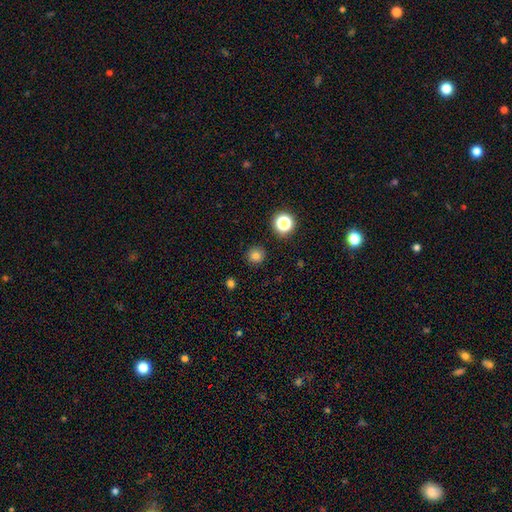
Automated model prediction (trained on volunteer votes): A smooth galaxy with no disk features (80%) that is round (94%).

Vote fractions:
- Smooth or featured? smooth: 80% / star or artifact: 15% / featured or disk: 5%
- How rounded? round: 94% / in between: 5% / cigar-shaped: 1%
- Merging? none: 91% / minor disturbance: 6% / major disturbance: 2% / merger: 1%